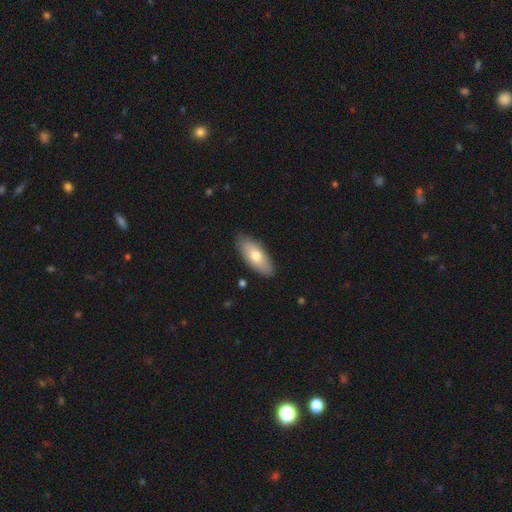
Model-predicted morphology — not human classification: This is likely a smooth galaxy (69%). How rounded: clearly in between (83%). Merging: clearly none (86%).